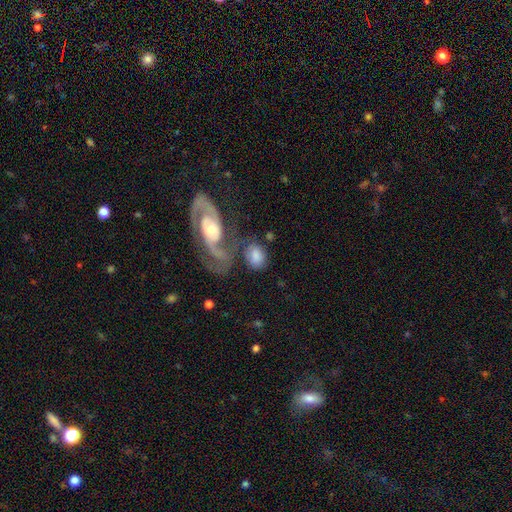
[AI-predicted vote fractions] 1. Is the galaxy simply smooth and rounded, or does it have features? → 60% smooth, 33% featured or disk, 8% star or artifact.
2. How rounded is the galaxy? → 71% in between, 27% round, 2% cigar-shaped.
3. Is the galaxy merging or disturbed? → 42% none, 30% merger, 15% minor disturbance, 13% major disturbance.